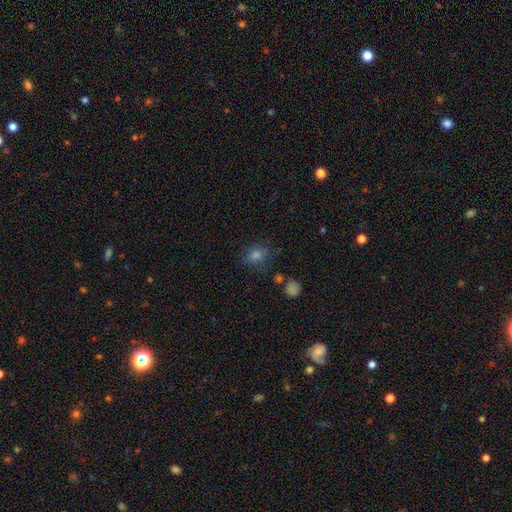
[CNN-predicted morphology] smooth-or-featured: smooth: 71% | star or artifact: 19% | featured or disk: 10%
  how-rounded: round: 51% | in between: 48% | cigar-shaped: 1%
  merging: none: 72% | minor disturbance: 17% | major disturbance: 7% | merger: 4%